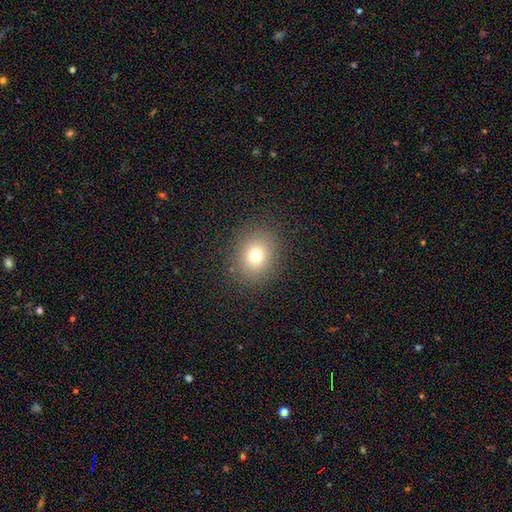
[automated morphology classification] smooth-or-featured: smooth: 73% | star or artifact: 16% | featured or disk: 11%
  how-rounded: round: 70% | in between: 29% | cigar-shaped: 1%
  merging: none: 87% | minor disturbance: 8% | major disturbance: 4% | merger: 1%